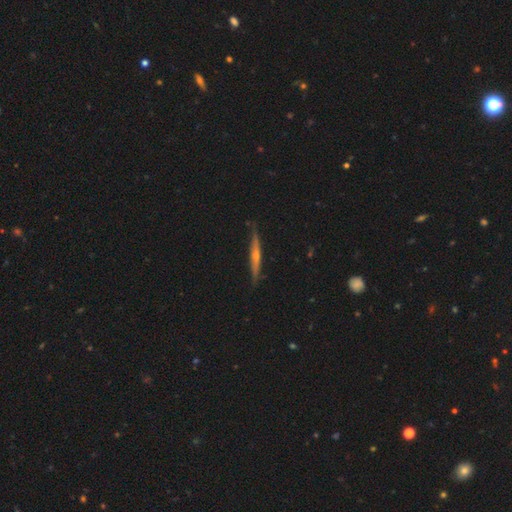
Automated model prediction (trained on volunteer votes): Morphology: type=featured or disk (71%); edge-on=yes (97%); edge-on bulge=rounded (76%); merging=none (86%).